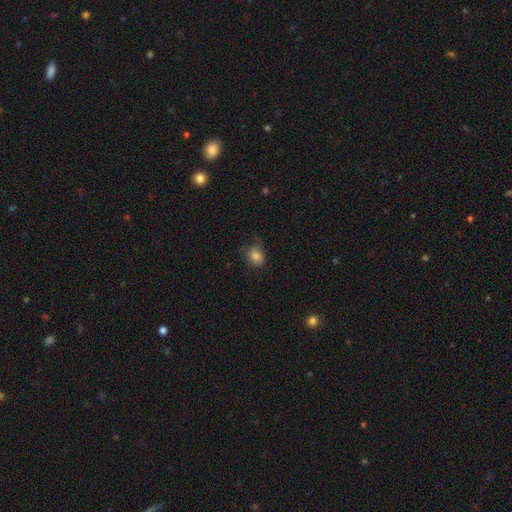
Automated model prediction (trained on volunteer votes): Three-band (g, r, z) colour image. It shows a smooth galaxy with no disk features (83%) that is round (55%). Merging: none (69%).